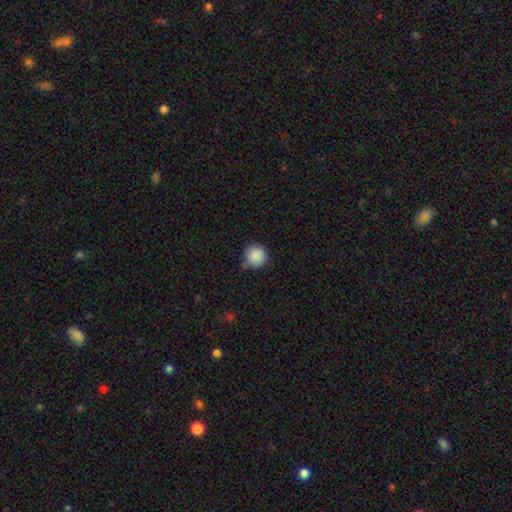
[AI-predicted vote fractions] Smooth or featured: smooth — 88% (star or artifact — 8%)
How rounded: round — 94% (in between — 5%)
Merging: none — 71% (minor disturbance — 21%)